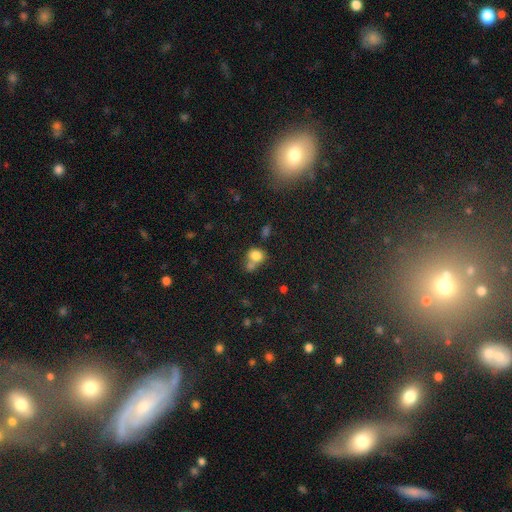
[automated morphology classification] type=smooth (79%); roundness=round (68%); merging=merger (47%).